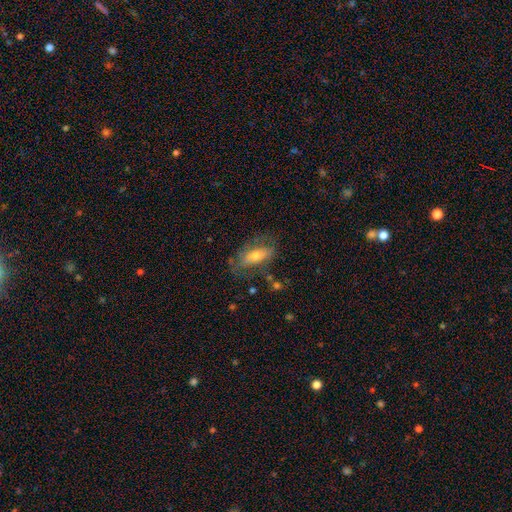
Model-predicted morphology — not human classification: type=smooth (52%); roundness=in between (71%); merging=none (63%).